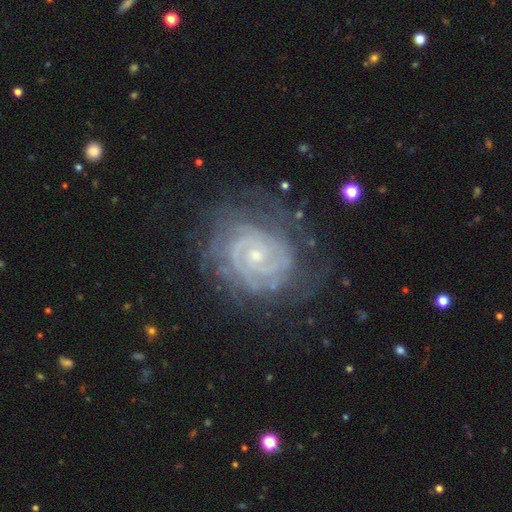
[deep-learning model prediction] This appears to be a featured or disk galaxy (89%) with no bar (70%), 2 (38%) tight (81%) spiral arms (98%) and a small central bulge (74%). Merging: none (73%).